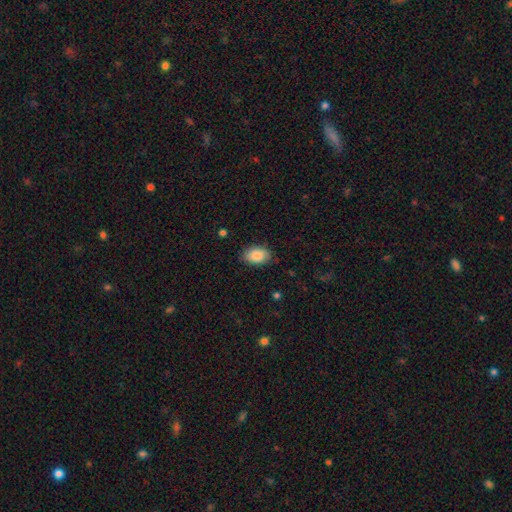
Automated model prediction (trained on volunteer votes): The model was most divided on "merging": none: 83%, minor disturbance: 13%, major disturbance: 3%, merger: 1%. More confident: how rounded — in between (88%); smooth or featured — smooth (87%).